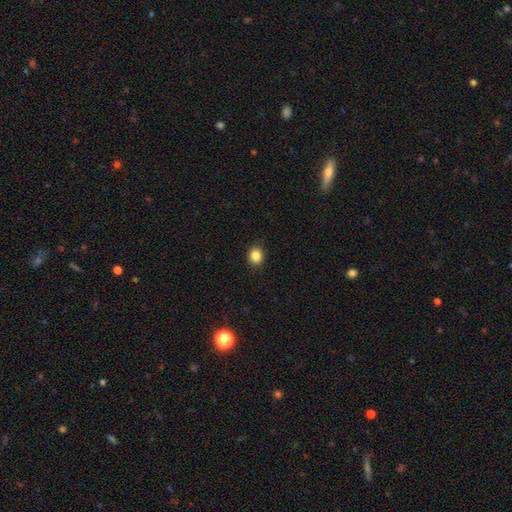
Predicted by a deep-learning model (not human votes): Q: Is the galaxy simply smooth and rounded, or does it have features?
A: smooth — 85%.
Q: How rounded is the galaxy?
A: round — 67%.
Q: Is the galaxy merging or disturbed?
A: none — 88%.